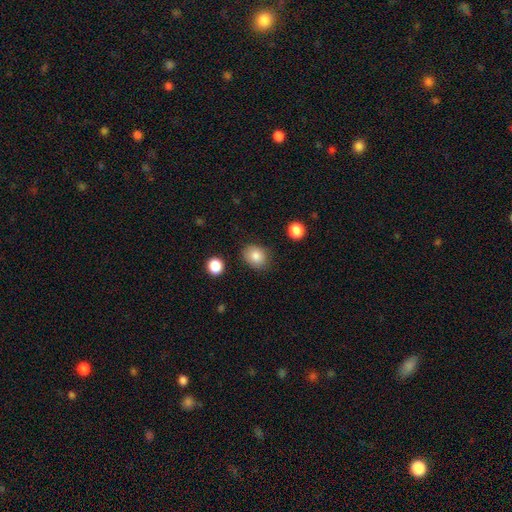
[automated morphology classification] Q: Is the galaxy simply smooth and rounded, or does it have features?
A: smooth — 84%.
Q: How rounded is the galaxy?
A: round — 53%.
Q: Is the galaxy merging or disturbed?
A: none — 81%.